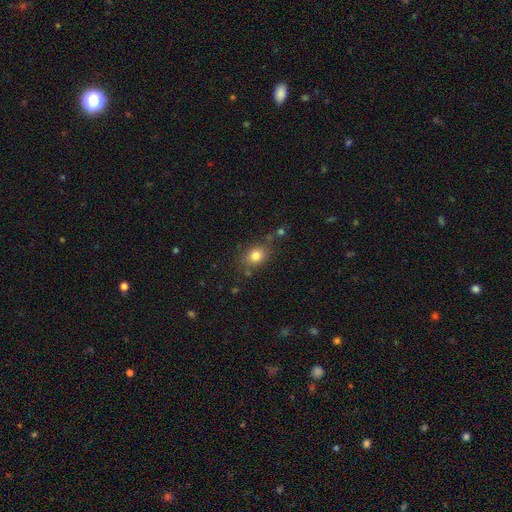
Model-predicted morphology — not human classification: Overall: smooth (81%). How rounded: in between (54%; round 44%). Merging: none (76%).